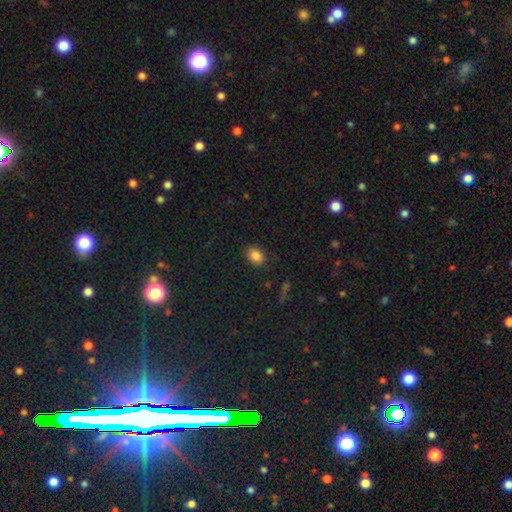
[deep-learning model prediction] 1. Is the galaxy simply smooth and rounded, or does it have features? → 85% smooth, 10% star or artifact, 4% featured or disk.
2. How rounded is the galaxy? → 71% in between, 28% round, 1% cigar-shaped.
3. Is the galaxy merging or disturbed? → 83% none, 12% minor disturbance, 3% major disturbance, 1% merger.